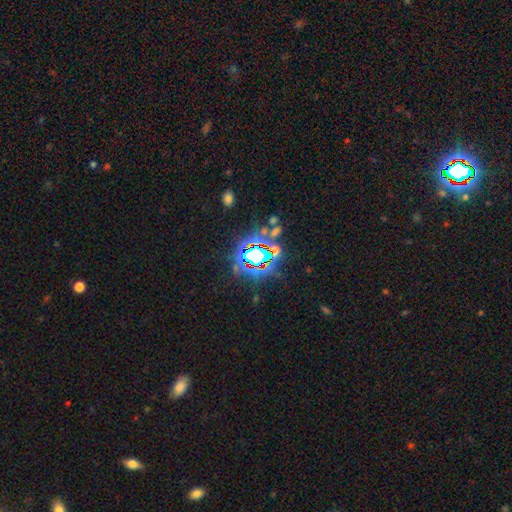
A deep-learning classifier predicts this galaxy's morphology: Smooth or featured? star or artifact (71%)